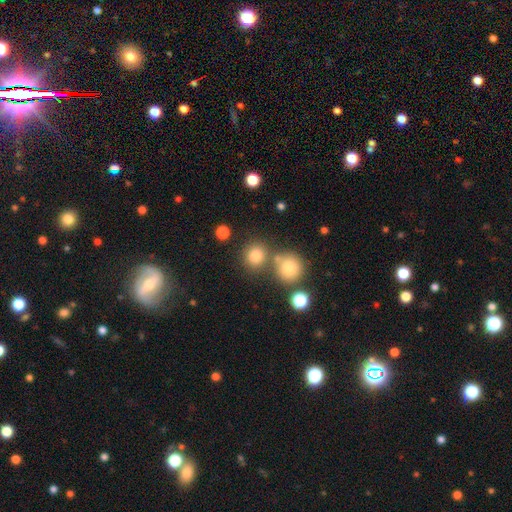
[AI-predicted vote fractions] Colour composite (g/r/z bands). It shows a smooth galaxy with no disk features (79%) that is round (88%). Merging: none (70%).